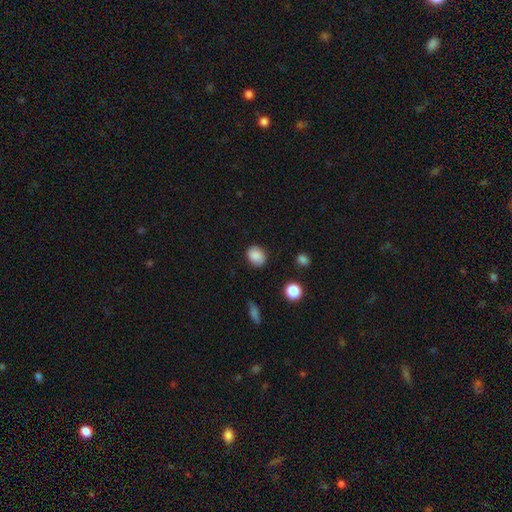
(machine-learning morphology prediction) A smooth galaxy with no disk features (87%) that is round (51%). Merging: none (84%).